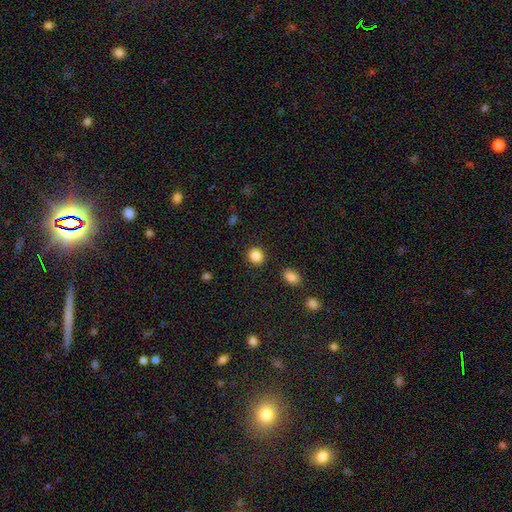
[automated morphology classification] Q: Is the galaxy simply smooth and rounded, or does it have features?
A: smooth — 87%.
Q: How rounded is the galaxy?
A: round — 75%.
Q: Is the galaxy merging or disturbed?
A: none — 88%.